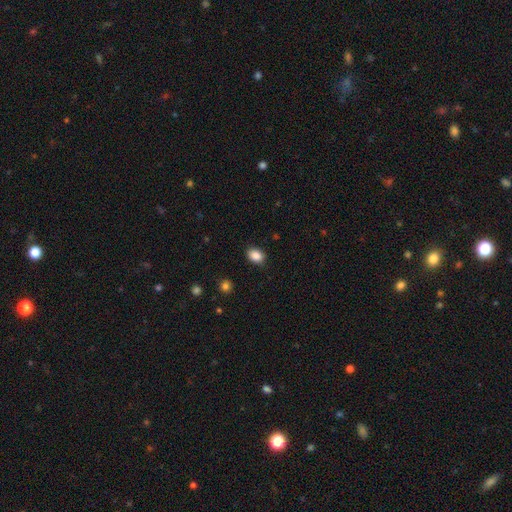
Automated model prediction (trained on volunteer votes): Smooth or featured? Predicted: smooth (p=0.87). How rounded? Predicted: in between (p=0.74). Merging? Predicted: none (p=0.88).